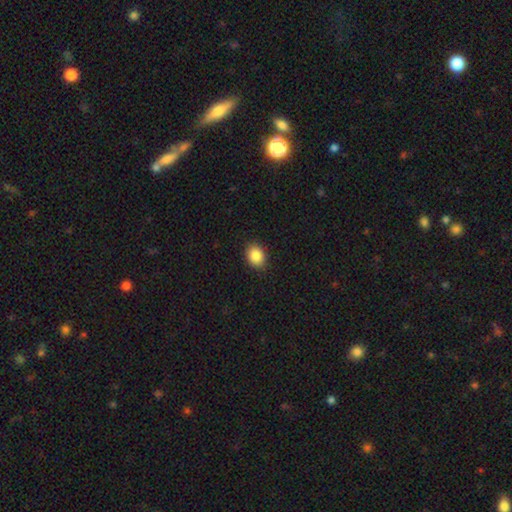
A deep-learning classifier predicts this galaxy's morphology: Q: Smooth or featured?
A: smooth (87%); runner-up: star or artifact (9%)
Q: How rounded?
A: in between (58%); runner-up: round (41%)
Q: Merging?
A: none (90%); runner-up: minor disturbance (7%)